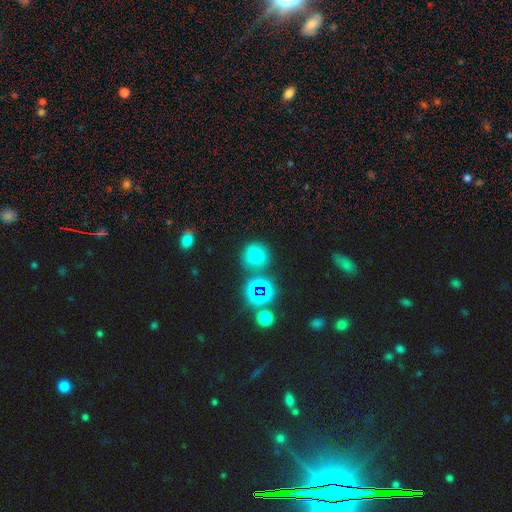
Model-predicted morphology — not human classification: smooth-or-featured: smooth: 70% | star or artifact: 23% | featured or disk: 6%
  how-rounded: round: 86% | in between: 13% | cigar-shaped: 1%
  merging: none: 72% | minor disturbance: 13% | merger: 10% | major disturbance: 5%